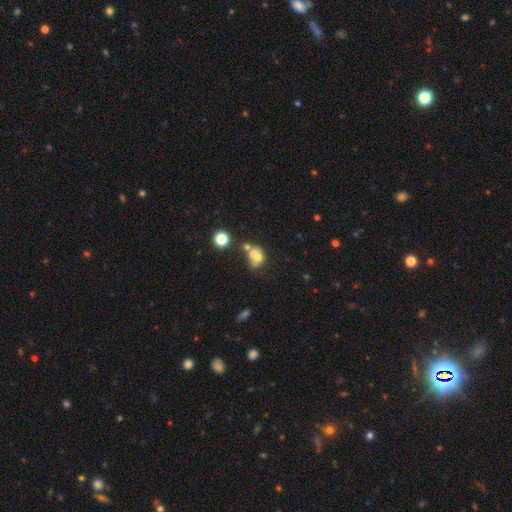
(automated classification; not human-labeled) Smooth or featured? Predicted: smooth (p=0.59). How rounded? Predicted: in between (p=0.55). Merging? Predicted: merger (p=0.41).